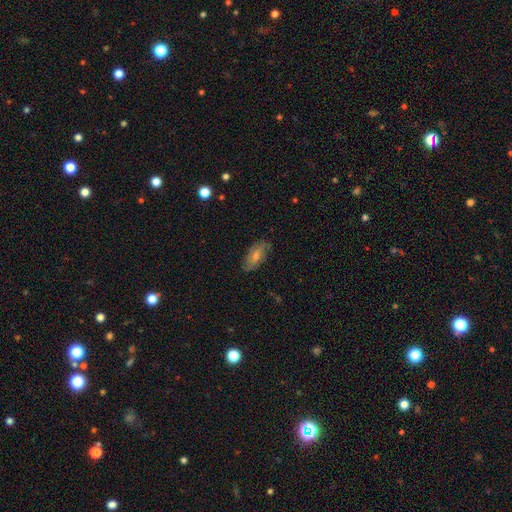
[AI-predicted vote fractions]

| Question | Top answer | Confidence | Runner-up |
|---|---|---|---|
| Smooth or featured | featured or disk | 49% | smooth (38%) |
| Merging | none | 80% | minor disturbance (15%) |